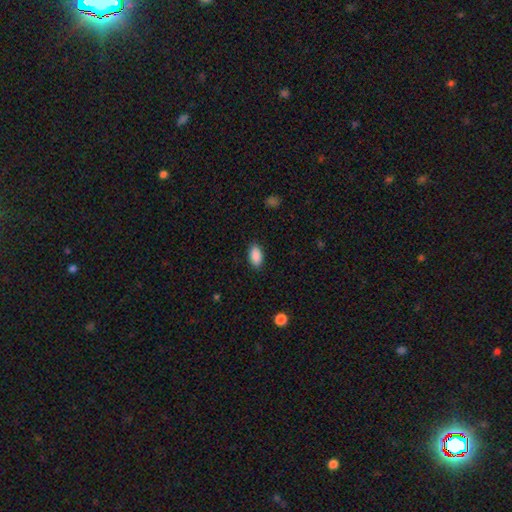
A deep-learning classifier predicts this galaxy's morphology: smooth_or_featured: smooth (p=0.90) [alt: star or artifact p=0.07]
how_rounded: in between (p=0.94) [alt: round p=0.04]
merging: none (p=0.87) [alt: minor disturbance p=0.10]